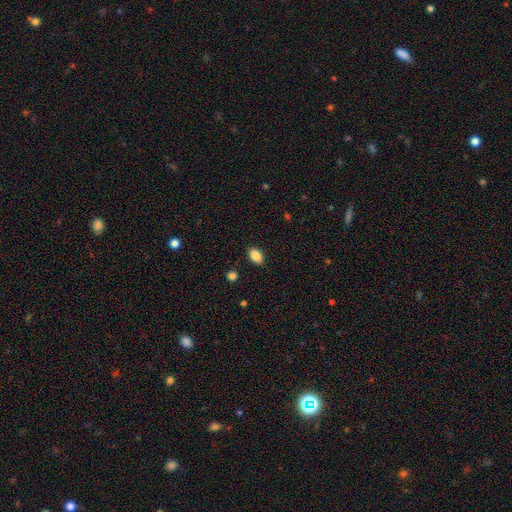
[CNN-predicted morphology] smooth_or_featured: smooth (p=0.88) [alt: star or artifact p=0.08]
how_rounded: in between (p=0.89) [alt: round p=0.10]
merging: none (p=0.88) [alt: minor disturbance p=0.08]